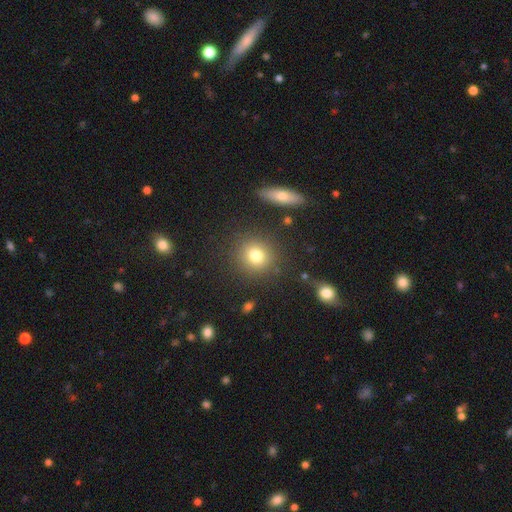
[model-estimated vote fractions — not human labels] Smooth or featured? smooth (78%)
How rounded? round (85%)
Merging? none (85%)